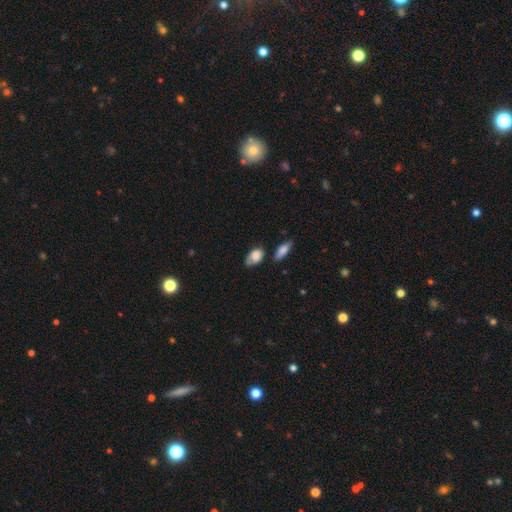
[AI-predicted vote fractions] A smooth galaxy with no disk features (81%) that is in between round and cigar-shaped (84%). Merging: none (50%).